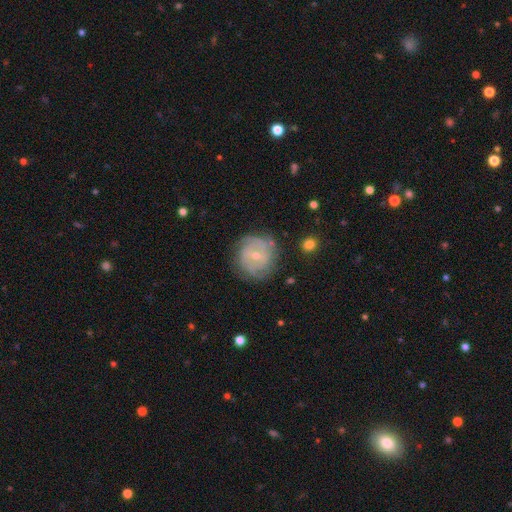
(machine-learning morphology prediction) A featured or disk galaxy (75%) with no bar (56%), tight (64%) spiral arms (88%) and a small central bulge (58%).

Vote fractions:
- Smooth or featured? featured or disk: 75% / smooth: 18% / star or artifact: 6%
- Edge-on disk? no: 97% / yes: 3%
- Bar? no: 56% / weak: 38% / strong: 7%
- Spiral arms? yes: 88% / no: 12%
- Spiral winding? tight: 64% / medium: 27% / loose: 8%
- Spiral arm count? can't tell: 39% / 2: 23% / 3: 19% / 4: 8% / 1: 5% / more than 4: 5%
- Bulge size? small: 58% / moderate: 39% / none: 1% / large: 1% / dominant: 1%
- Merging? none: 74% / minor disturbance: 17% / major disturbance: 7% / merger: 2%